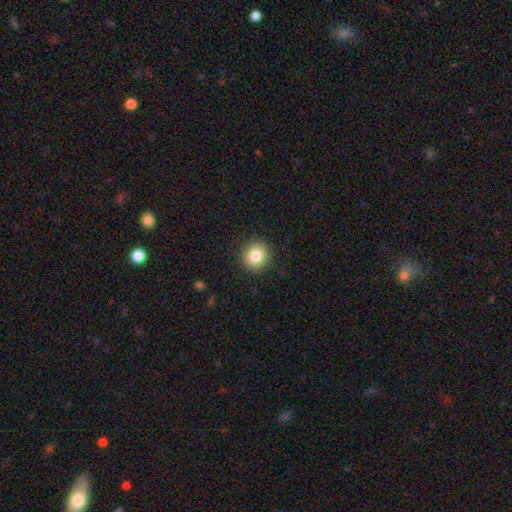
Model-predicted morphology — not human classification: Smooth or featured? smooth (84%)
How rounded? round (91%)
Merging? none (91%)